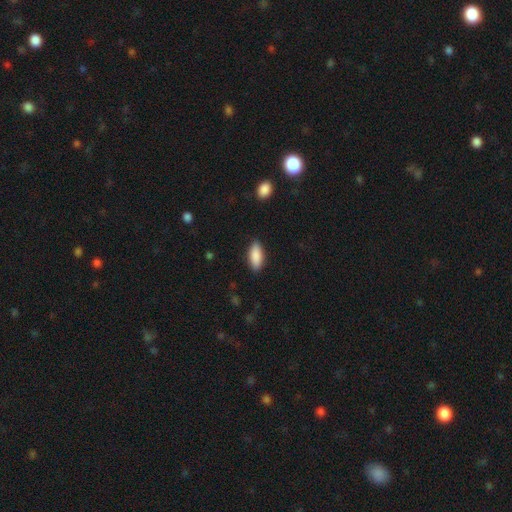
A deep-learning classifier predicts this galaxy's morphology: The model was most divided on "how rounded": in between: 81%, cigar-shaped: 17%, round: 2%. More confident: smooth or featured — smooth (87%); merging — none (87%).